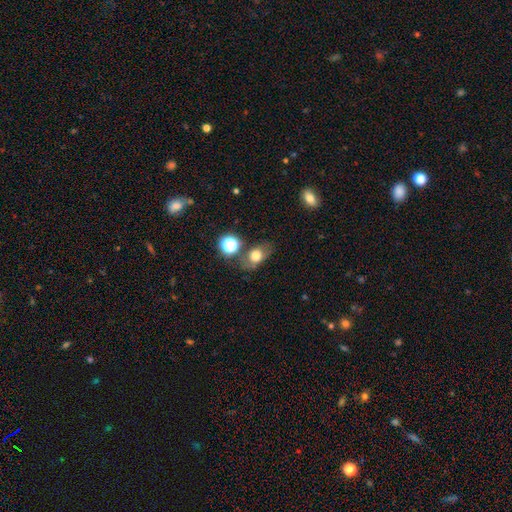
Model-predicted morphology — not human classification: A smooth galaxy with no disk features (67%) that is in between round and cigar-shaped (68%). Merging: none (67%).